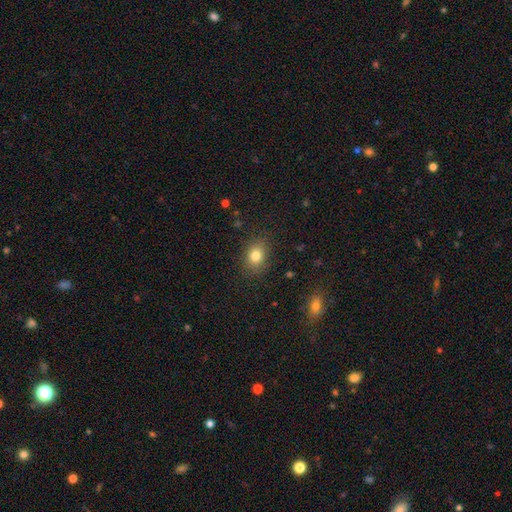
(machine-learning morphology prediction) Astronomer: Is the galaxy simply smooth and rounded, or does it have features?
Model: smooth — 81%.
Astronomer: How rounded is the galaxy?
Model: in between — 57% (runner-up: round, 42%).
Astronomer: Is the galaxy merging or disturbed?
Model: none — 85%.